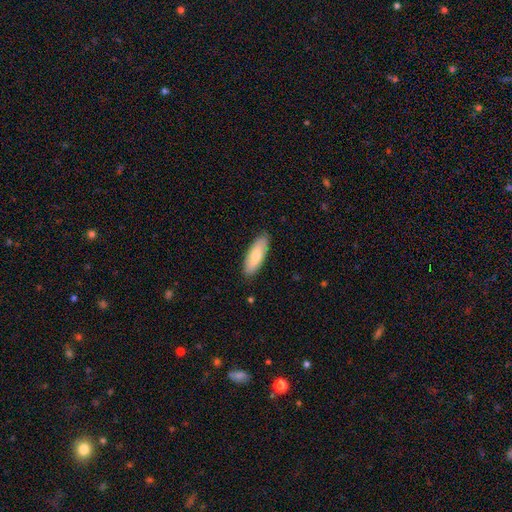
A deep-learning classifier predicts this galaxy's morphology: This appears to be a smooth galaxy with no disk features (74%) that is in between round and cigar-shaped (68%). Merging: none (87%).